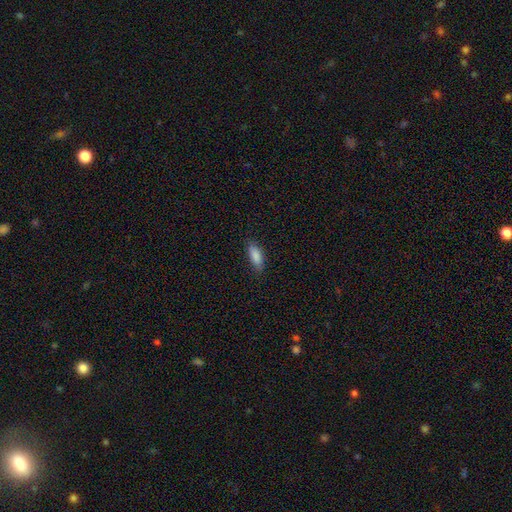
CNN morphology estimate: This appears to be a smooth galaxy with no disk features (87%) that is in between round and cigar-shaped (74%). Merging: none (81%).